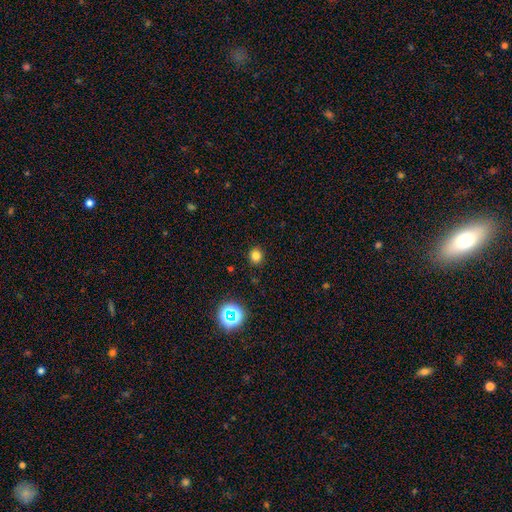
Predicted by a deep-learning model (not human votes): Smooth or featured? Predicted: smooth (p=0.78). How rounded? Predicted: round (p=0.85). Merging? Predicted: none (p=0.90).